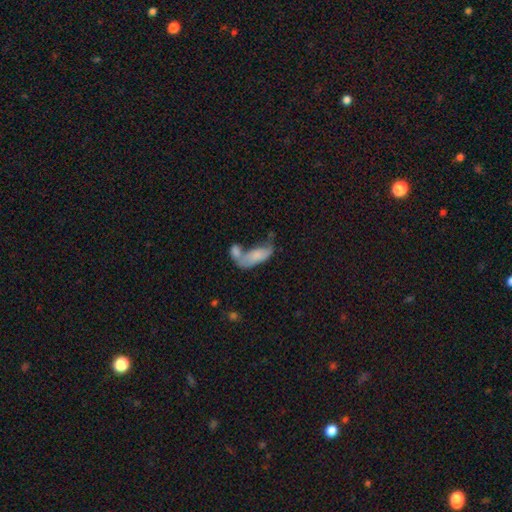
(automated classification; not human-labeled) Q: Smooth or featured?
A: smooth (72%); runner-up: featured or disk (20%)
Q: How rounded?
A: in between (81%); runner-up: cigar-shaped (16%)
Q: Merging?
A: merger (54%); runner-up: none (21%)